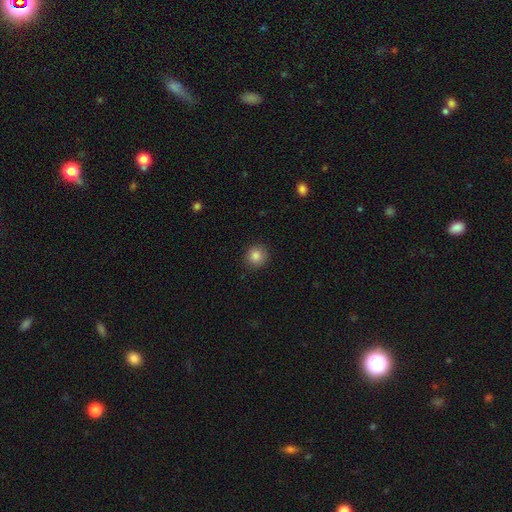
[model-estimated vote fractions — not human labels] Smooth or featured: smooth — 86% (star or artifact — 10%)
How rounded: round — 92% (in between — 7%)
Merging: none — 90% (minor disturbance — 7%)